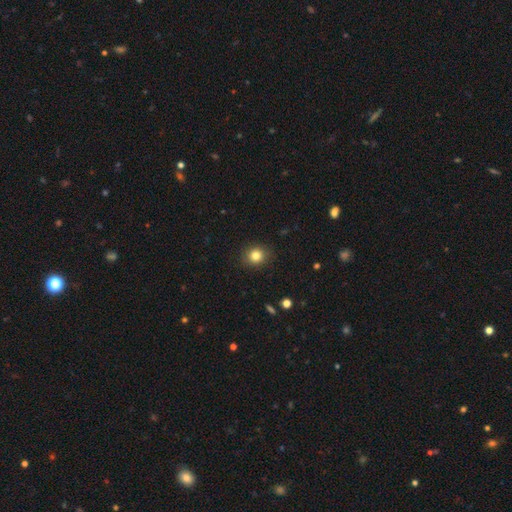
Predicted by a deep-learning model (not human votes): This appears to be a smooth galaxy with no disk features (82%) that is round (78%). Merging: none (88%).